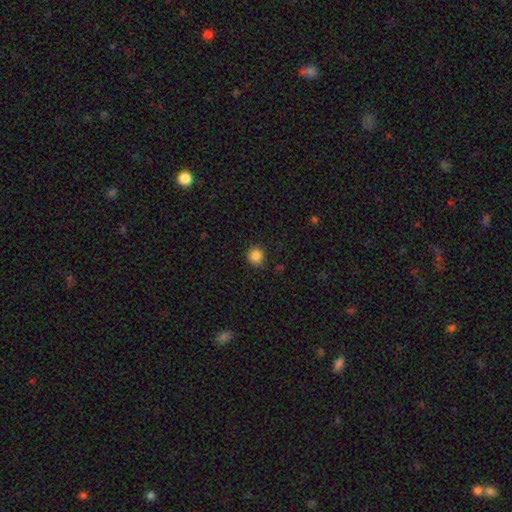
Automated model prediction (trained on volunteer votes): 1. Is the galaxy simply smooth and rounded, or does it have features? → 86% smooth, 11% star or artifact, 3% featured or disk.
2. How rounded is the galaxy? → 91% round, 8% in between, 1% cigar-shaped.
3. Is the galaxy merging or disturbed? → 89% none, 8% minor disturbance, 2% major disturbance, 1% merger.